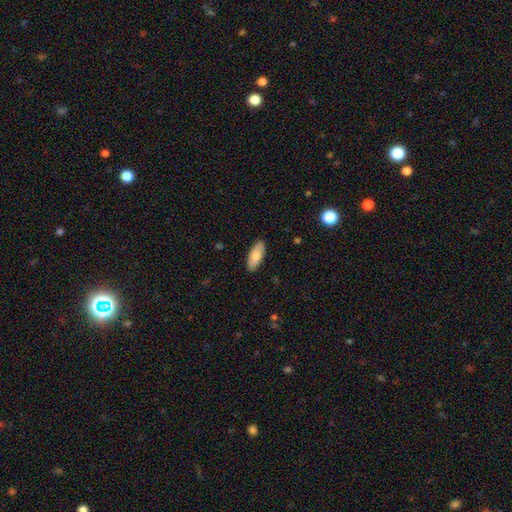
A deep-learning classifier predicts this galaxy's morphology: Smooth or featured? smooth (79%)
How rounded? in between (82%)
Merging? none (89%)